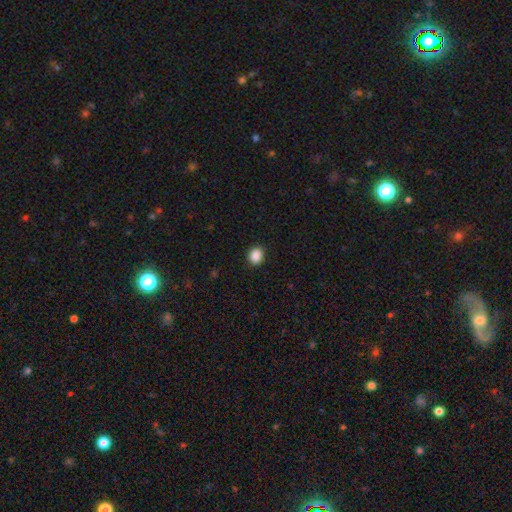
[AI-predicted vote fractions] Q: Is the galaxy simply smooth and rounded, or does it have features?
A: smooth — 89%.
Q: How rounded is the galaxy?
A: round — 61%.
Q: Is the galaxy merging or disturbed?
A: none — 91%.